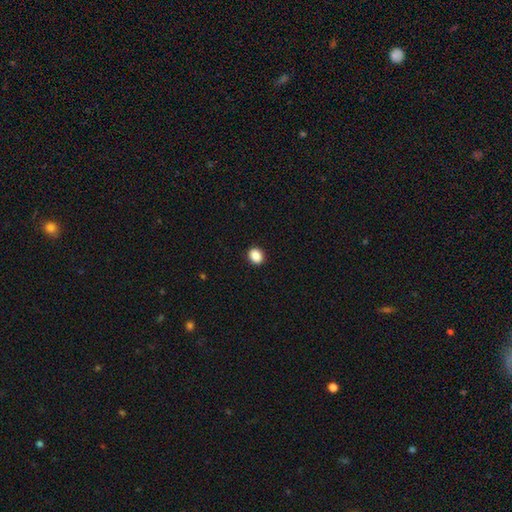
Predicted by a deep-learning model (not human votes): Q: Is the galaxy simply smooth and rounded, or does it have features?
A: smooth — 89%.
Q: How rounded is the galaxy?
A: round — 55%.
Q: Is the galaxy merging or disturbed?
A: none — 92%.